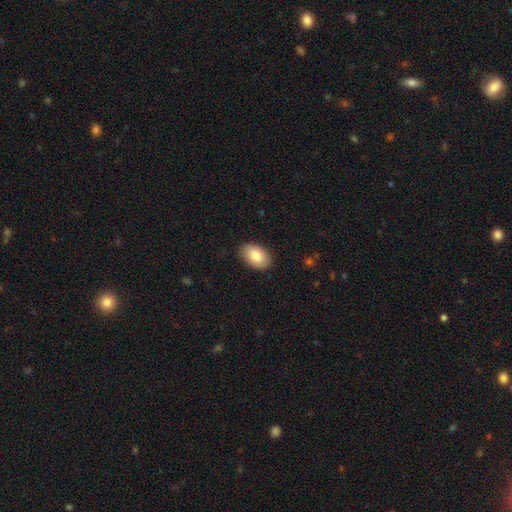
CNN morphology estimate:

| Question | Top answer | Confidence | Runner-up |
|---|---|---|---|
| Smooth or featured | smooth | 84% | featured or disk (10%) |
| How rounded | in between | 91% | round (8%) |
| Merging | none | 87% | minor disturbance (10%) |